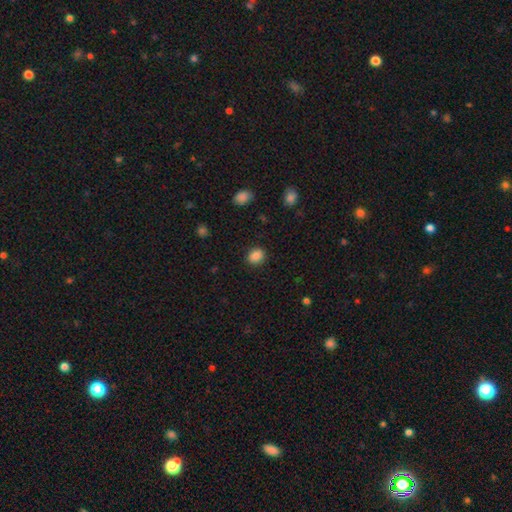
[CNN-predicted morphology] Overall: smooth (86%). How rounded: round (63%; in between 36%). Merging: none (89%).